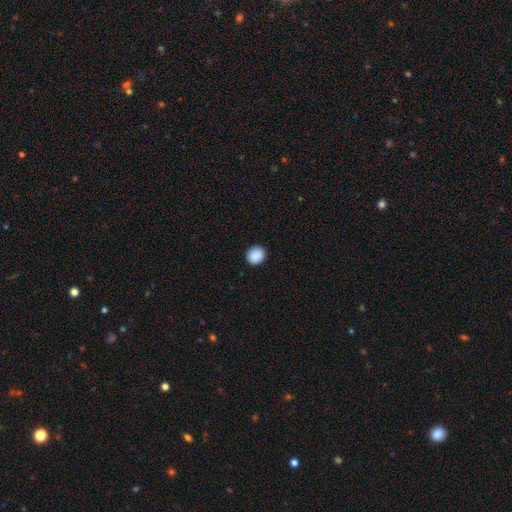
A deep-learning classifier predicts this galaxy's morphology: Q: Smooth or featured?
A: smooth (90%); runner-up: star or artifact (8%)
Q: How rounded?
A: round (87%); runner-up: in between (12%)
Q: Merging?
A: none (91%); runner-up: minor disturbance (7%)